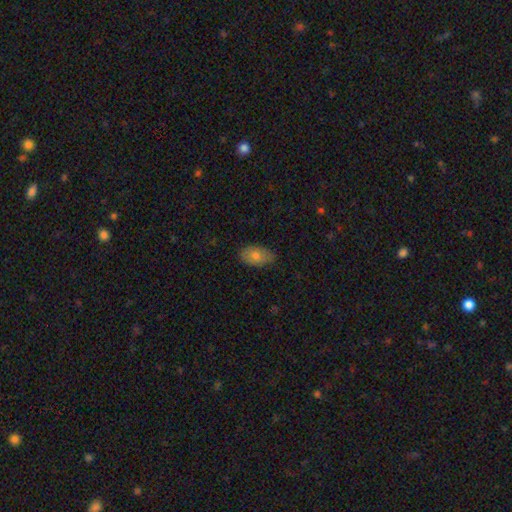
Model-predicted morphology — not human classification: Q: Smooth or featured?
A: smooth (74%); runner-up: featured or disk (18%)
Q: How rounded?
A: in between (91%); runner-up: round (7%)
Q: Merging?
A: none (81%); runner-up: minor disturbance (16%)